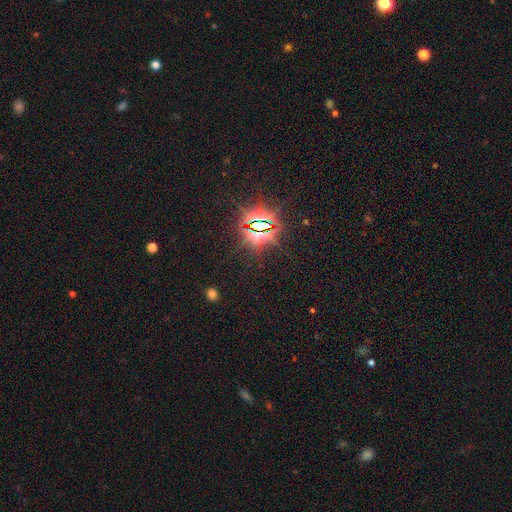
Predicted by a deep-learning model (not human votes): Smooth or featured: star or artifact — 83% (smooth — 9%)